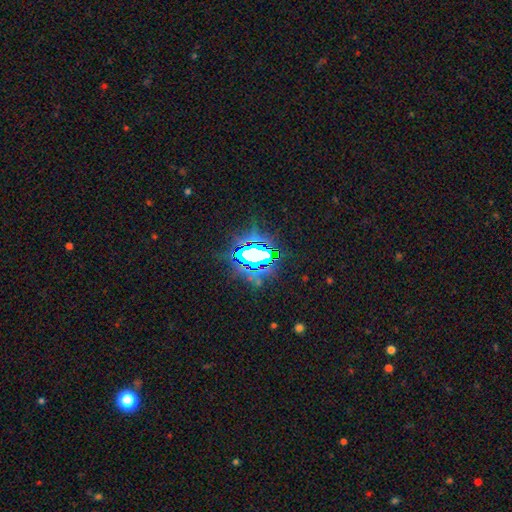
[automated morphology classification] A star or artifact, not a galaxy (74%).